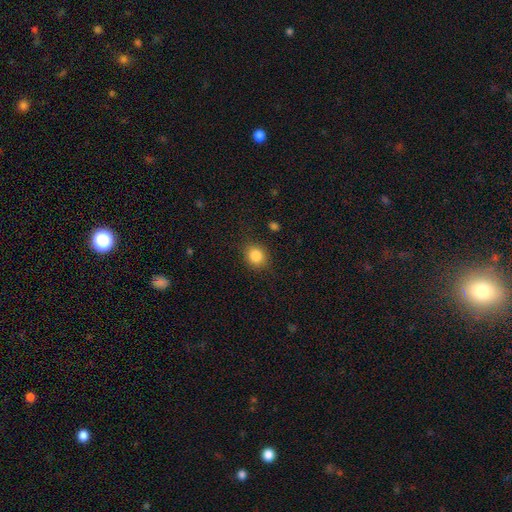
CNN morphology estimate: Smooth or featured? smooth (85%)
How rounded? round (69%)
Merging? none (83%)